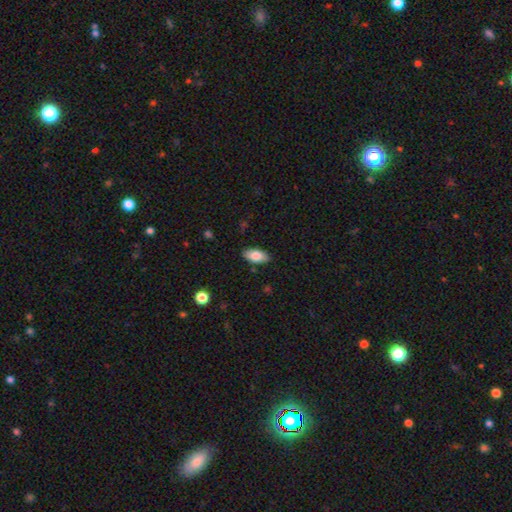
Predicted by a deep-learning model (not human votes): smooth_or_featured: smooth (p=0.81) [alt: featured or disk p=0.13]
how_rounded: in between (p=0.93) [alt: cigar-shaped p=0.04]
merging: none (p=0.87) [alt: minor disturbance p=0.10]